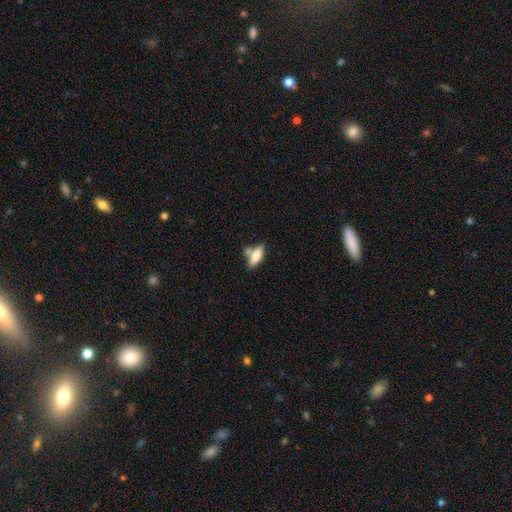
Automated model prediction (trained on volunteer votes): smooth-or-featured: smooth: 63% | featured or disk: 29% | star or artifact: 7%
  how-rounded: in between: 65% | cigar-shaped: 32% | round: 3%
  merging: none: 52% | merger: 26% | minor disturbance: 16% | major disturbance: 6%